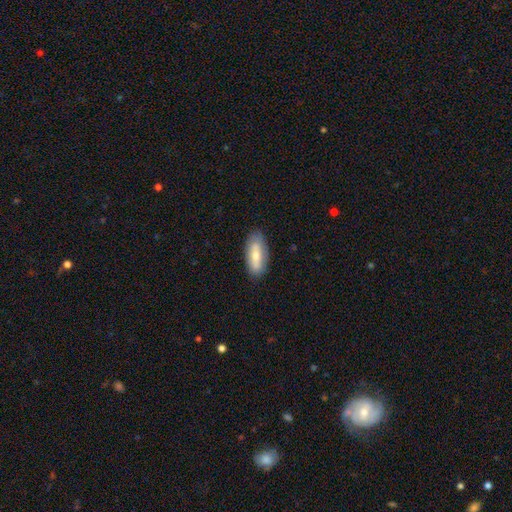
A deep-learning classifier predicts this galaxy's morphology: smooth-or-featured: smooth: 63% | featured or disk: 31% | star or artifact: 6%
  how-rounded: in between: 82% | cigar-shaped: 16% | round: 2%
  merging: none: 82% | minor disturbance: 14% | major disturbance: 3% | merger: 1%